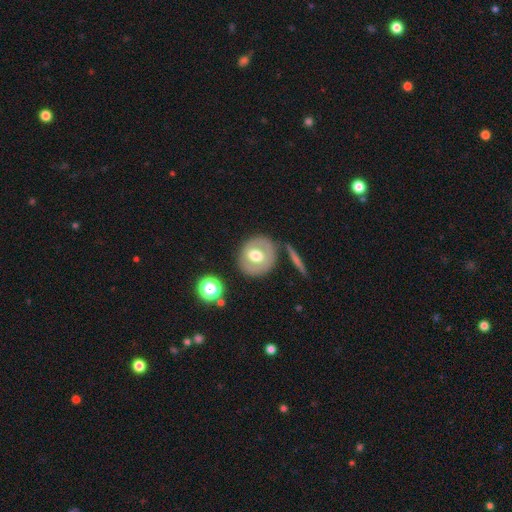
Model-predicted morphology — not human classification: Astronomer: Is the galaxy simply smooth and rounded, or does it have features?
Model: smooth — 54% (runner-up: featured or disk, 39%).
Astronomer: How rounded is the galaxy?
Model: round — 78%.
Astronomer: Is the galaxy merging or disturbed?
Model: none — 79%.